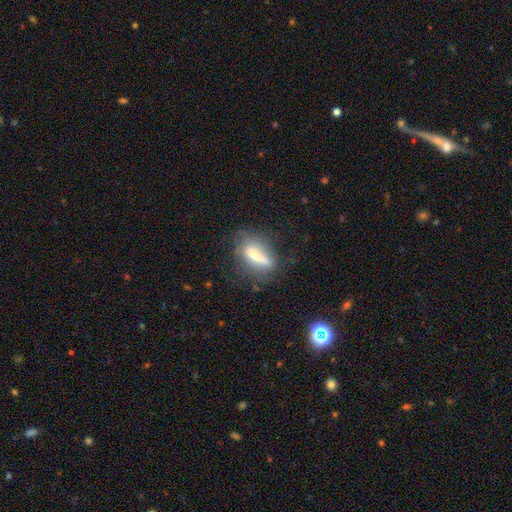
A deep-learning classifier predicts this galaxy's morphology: Smooth or featured? smooth (50%)
Merging? none (56%)